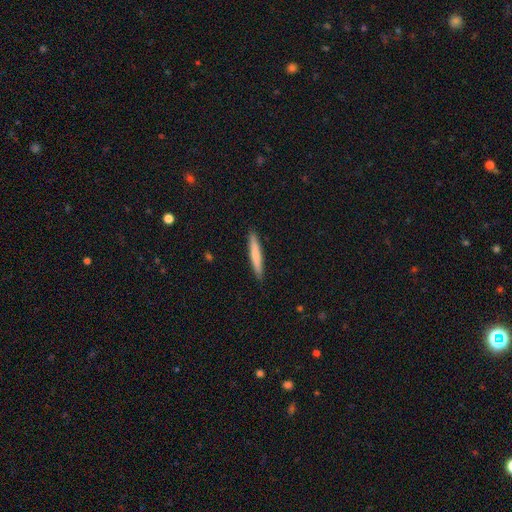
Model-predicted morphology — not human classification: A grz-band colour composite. It shows a smooth galaxy with no disk features (73%) that is cigar-shaped (95%). Merging: none (91%).